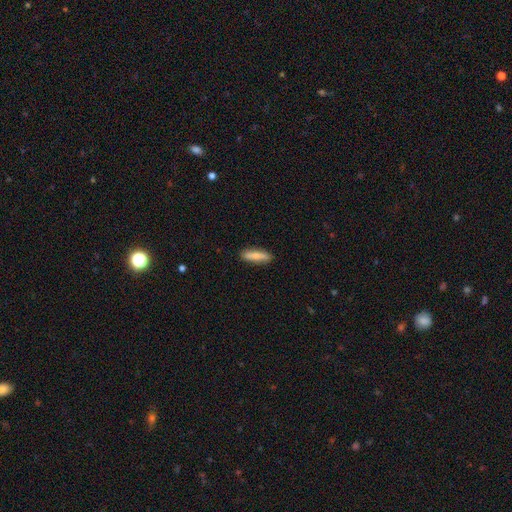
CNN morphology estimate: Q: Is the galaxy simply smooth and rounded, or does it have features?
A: smooth — 70%.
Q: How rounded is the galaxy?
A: cigar-shaped — 65%.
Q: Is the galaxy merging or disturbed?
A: none — 87%.